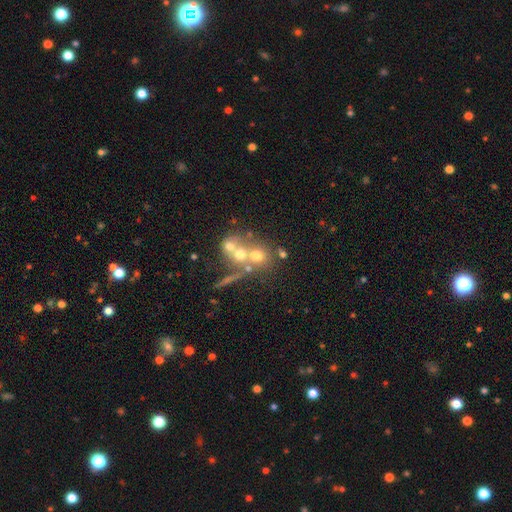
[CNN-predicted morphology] This is possibly a smooth galaxy (50%). How rounded: likely round (75%). Merging: possibly merger (54%).